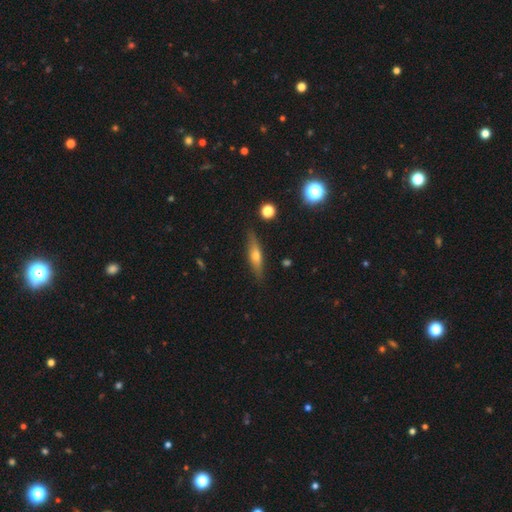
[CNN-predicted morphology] Smooth or featured?
  - featured or disk: 47% *
  - smooth: 45%
  - star or artifact: 8%
Merging?
  - none: 86% *
  - minor disturbance: 10%
  - major disturbance: 2%
  - merger: 1%